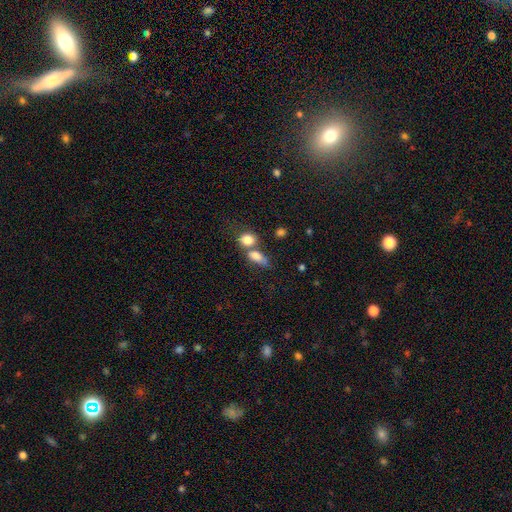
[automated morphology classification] This appears to be a smooth galaxy with no disk features (79%) that is in between round and cigar-shaped (70%). Merging: merger (51%).